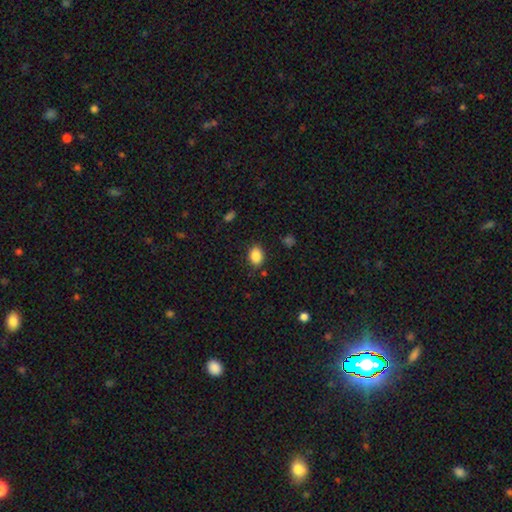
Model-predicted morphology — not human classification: type=smooth (87%); roundness=in between (72%); merging=none (83%).